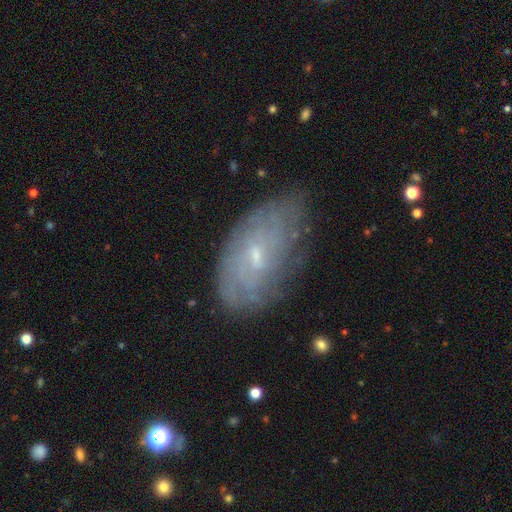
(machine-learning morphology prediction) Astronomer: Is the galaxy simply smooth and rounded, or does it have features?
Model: featured or disk — 63%.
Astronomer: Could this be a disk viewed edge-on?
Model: no — 92%.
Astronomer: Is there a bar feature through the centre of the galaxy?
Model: no — 60%.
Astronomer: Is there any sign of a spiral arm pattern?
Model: yes — 74%.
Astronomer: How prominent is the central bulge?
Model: small — 74%.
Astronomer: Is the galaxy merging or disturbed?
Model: none — 74%.